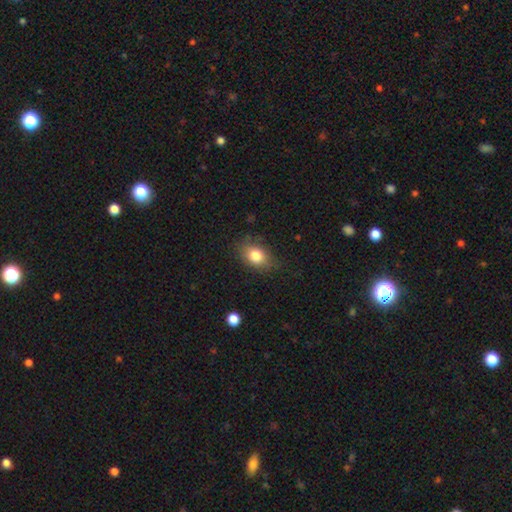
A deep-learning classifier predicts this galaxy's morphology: smooth_or_featured: smooth (p=0.81) [alt: featured or disk p=0.10]
how_rounded: in between (p=0.70) [alt: round p=0.28]
merging: none (p=0.74) [alt: minor disturbance p=0.19]